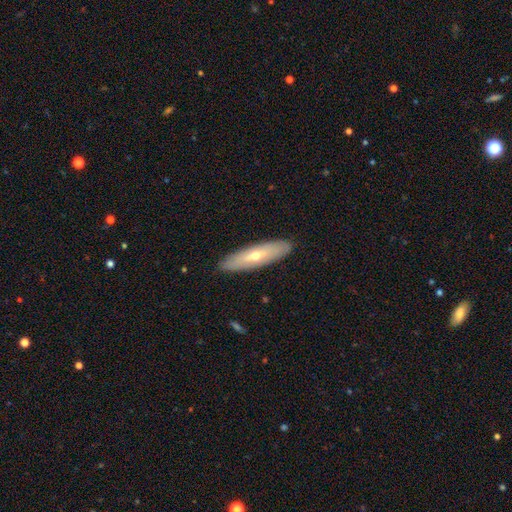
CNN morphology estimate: Q: Smooth or featured?
A: featured or disk (48%); runner-up: smooth (46%)
Q: Merging?
A: none (89%); runner-up: minor disturbance (8%)